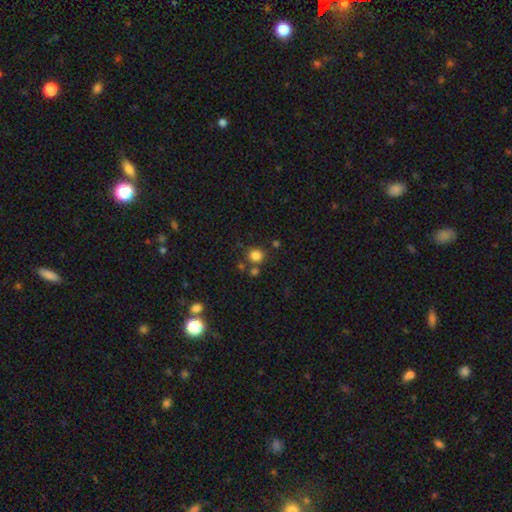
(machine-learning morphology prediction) Q: Smooth or featured?
A: smooth (81%); runner-up: star or artifact (14%)
Q: How rounded?
A: round (87%); runner-up: in between (12%)
Q: Merging?
A: none (73%); runner-up: merger (14%)